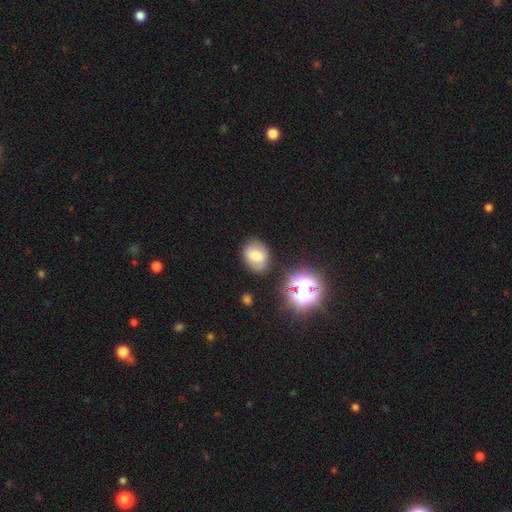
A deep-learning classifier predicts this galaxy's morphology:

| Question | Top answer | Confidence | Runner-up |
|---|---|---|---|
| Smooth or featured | smooth | 67% | featured or disk (18%) |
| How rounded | in between | 57% | round (42%) |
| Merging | none | 80% | minor disturbance (13%) |